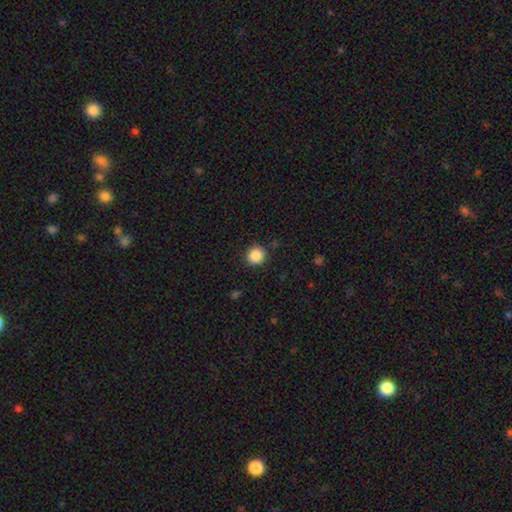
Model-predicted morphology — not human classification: The model was most divided on "smooth or featured": smooth: 86%, star or artifact: 10%, featured or disk: 4%. More confident: how rounded — round (89%); merging — none (89%).